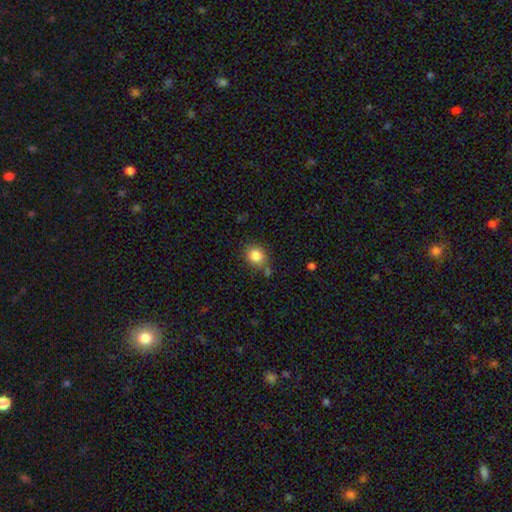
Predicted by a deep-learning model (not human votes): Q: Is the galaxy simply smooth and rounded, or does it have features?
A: smooth — 85%.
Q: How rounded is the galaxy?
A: round — 71%.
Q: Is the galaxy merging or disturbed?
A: none — 71%.